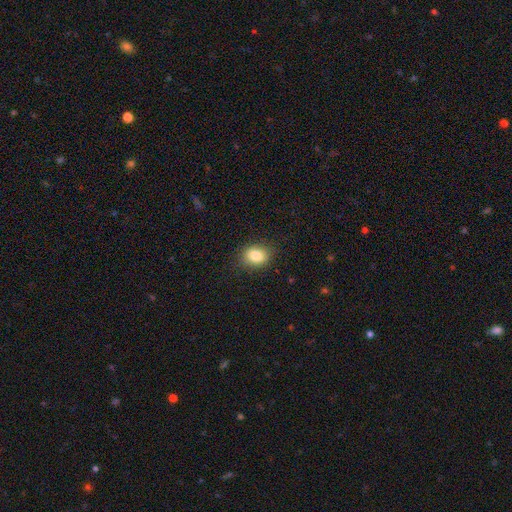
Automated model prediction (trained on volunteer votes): Smooth or featured: smooth — 84% (star or artifact — 10%)
How rounded: in between — 58% (round — 40%)
Merging: none — 85% (minor disturbance — 11%)